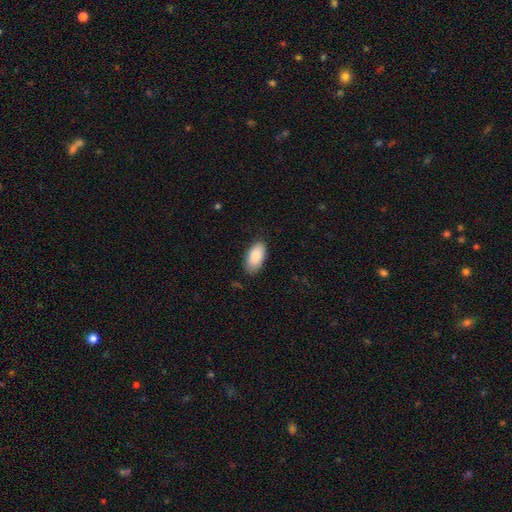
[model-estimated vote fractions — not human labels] smooth 88%, featured or disk 6%, star or artifact 6%. Down the decision tree: how rounded — in between (95%); merging — none (81%).